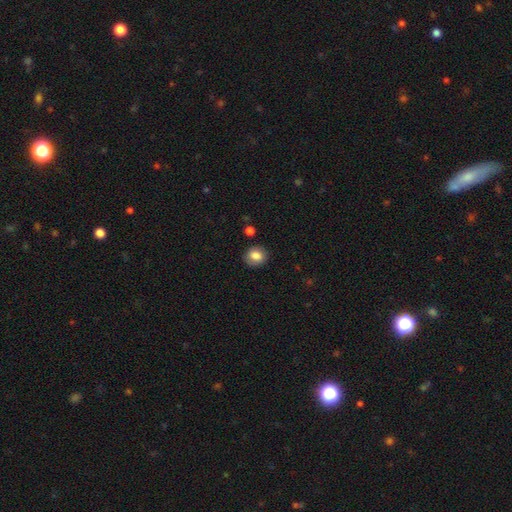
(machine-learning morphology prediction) Overall: smooth (83%). How rounded: round (66%; in between 33%). Merging: none (83%).